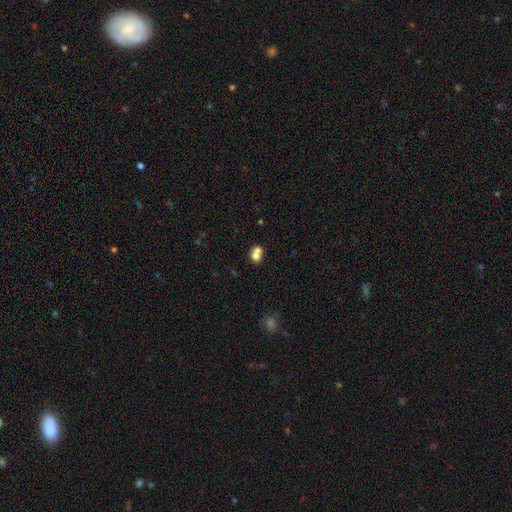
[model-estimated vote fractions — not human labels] Smooth or featured: smooth — 73% (featured or disk — 17%)
How rounded: round — 64% (in between — 35%)
Merging: merger — 59% (none — 30%)